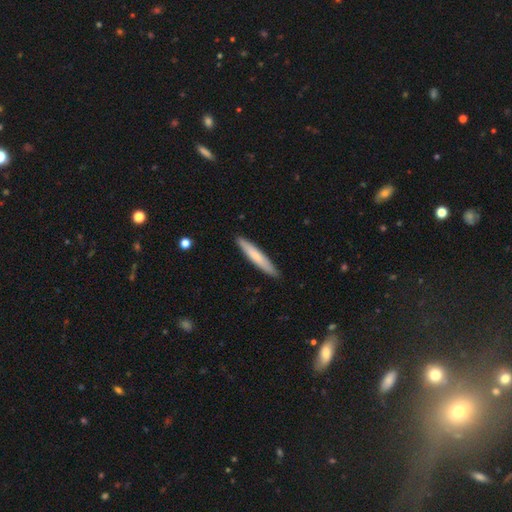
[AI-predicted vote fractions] Q: Smooth or featured?
A: smooth (70%); runner-up: featured or disk (25%)
Q: How rounded?
A: cigar-shaped (94%); runner-up: in between (5%)
Q: Merging?
A: none (90%); runner-up: minor disturbance (7%)